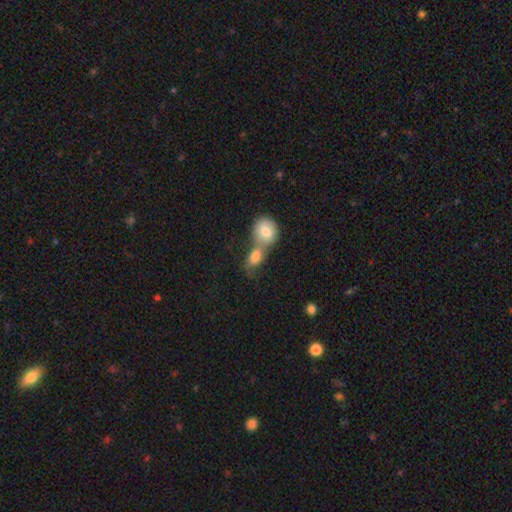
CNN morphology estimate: Overall: smooth (73%). How rounded: round (51%; in between 46%). Merging: merger (62%; none 26%).